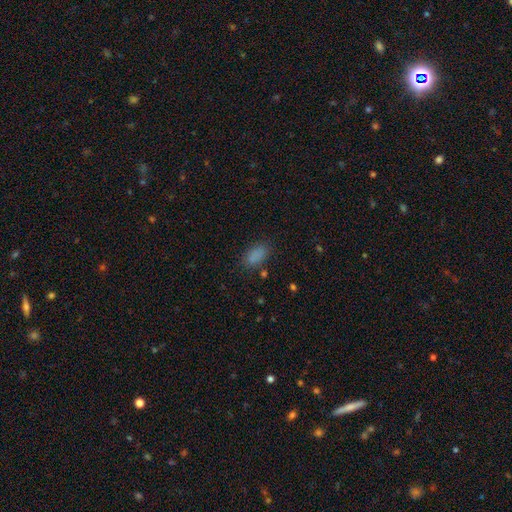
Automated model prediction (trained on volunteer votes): The model was most divided on "merging": none: 78%, minor disturbance: 14%, major disturbance: 4%, merger: 4%. More confident: how rounded — in between (90%); smooth or featured — smooth (82%).